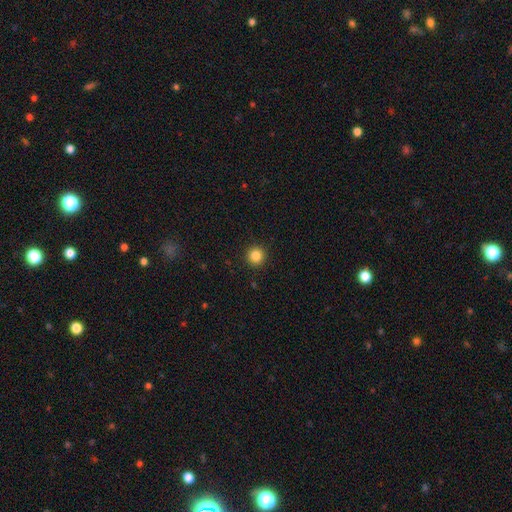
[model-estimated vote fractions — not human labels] The model was most divided on "smooth or featured": smooth: 85%, star or artifact: 11%, featured or disk: 4%. More confident: how rounded — round (96%); merging — none (93%).